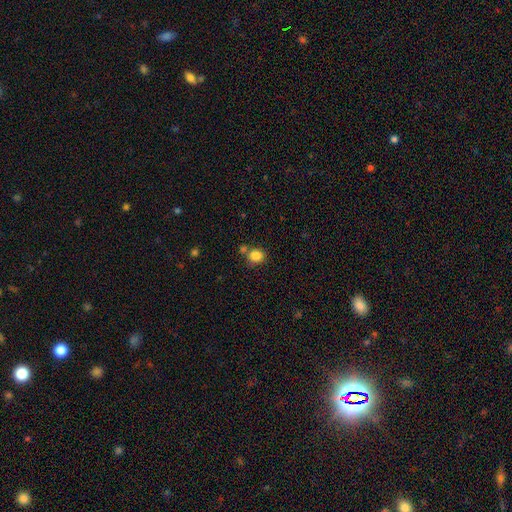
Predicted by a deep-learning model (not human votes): smooth 84%, star or artifact 11%, featured or disk 5%. Down the decision tree: how rounded — round (77%); merging — none (70%).